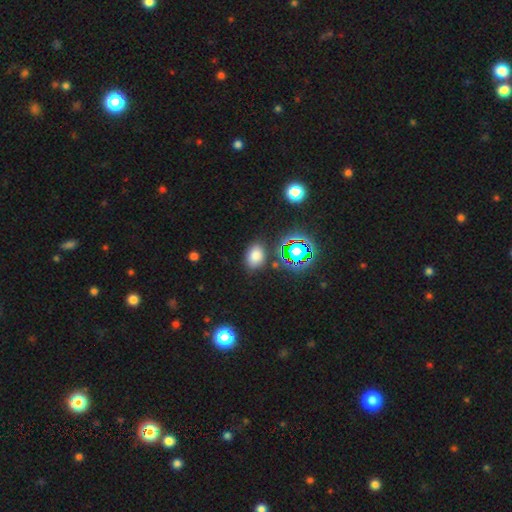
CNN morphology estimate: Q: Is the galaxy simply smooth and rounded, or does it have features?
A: smooth — 71%.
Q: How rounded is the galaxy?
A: in between — 74%.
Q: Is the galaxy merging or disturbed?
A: none — 81%.